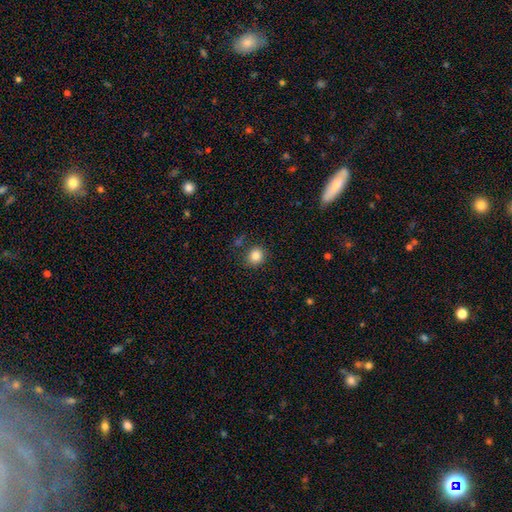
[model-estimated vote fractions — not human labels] Smooth or featured? smooth (85%)
How rounded? round (83%)
Merging? none (85%)